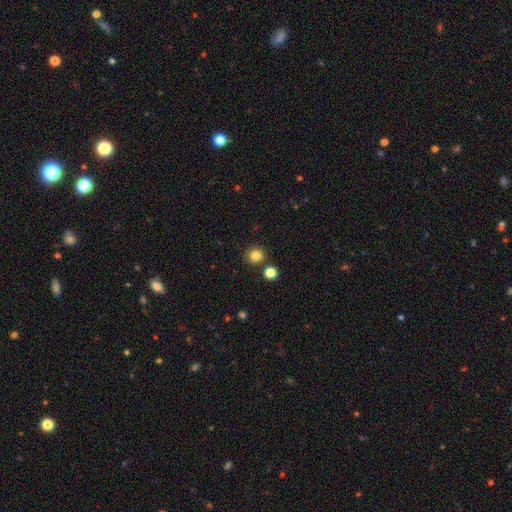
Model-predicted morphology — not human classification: Smooth or featured: smooth — 82% (star or artifact — 13%)
How rounded: round — 91% (in between — 8%)
Merging: none — 84% (merger — 7%)